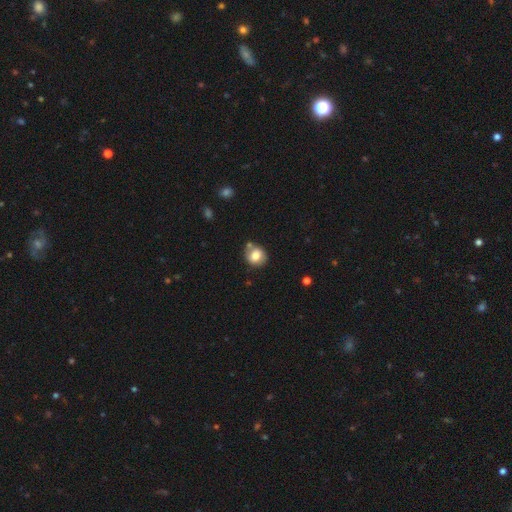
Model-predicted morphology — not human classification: A smooth galaxy with no disk features (77%) that is round (77%).

Vote fractions:
- Smooth or featured? smooth: 77% / featured or disk: 14% / star or artifact: 9%
- How rounded? round: 77% / in between: 22% / cigar-shaped: 1%
- Merging? none: 65% / minor disturbance: 16% / merger: 14% / major disturbance: 4%